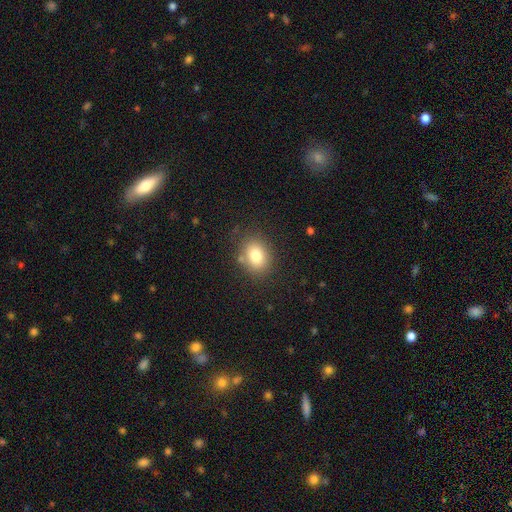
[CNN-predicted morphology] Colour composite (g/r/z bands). It shows a smooth galaxy with no disk features (79%) that is round (51%). Merging: none (81%).